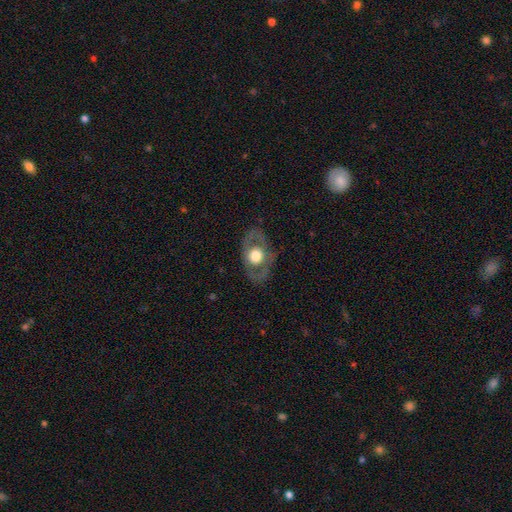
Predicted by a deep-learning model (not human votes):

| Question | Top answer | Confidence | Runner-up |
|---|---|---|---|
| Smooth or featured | featured or disk | 58% | smooth (36%) |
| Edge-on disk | no | 88% | yes (12%) |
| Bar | no | 87% | weak (10%) |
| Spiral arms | no | 75% | yes (25%) |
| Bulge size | large | 53% | moderate (35%) |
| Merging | none | 77% | minor disturbance (14%) |